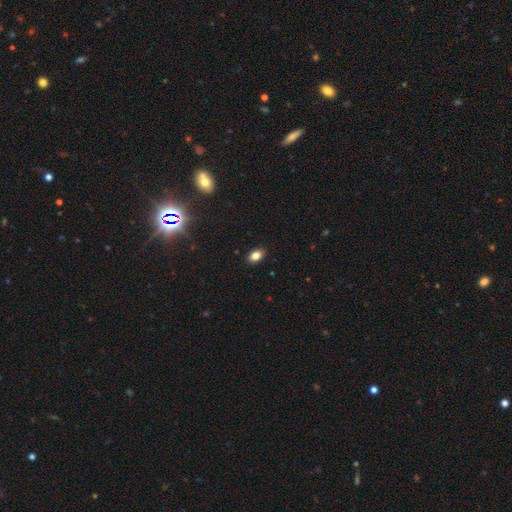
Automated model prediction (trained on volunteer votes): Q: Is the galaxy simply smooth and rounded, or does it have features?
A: smooth — 83%.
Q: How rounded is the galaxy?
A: in between — 85%.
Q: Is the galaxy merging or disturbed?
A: none — 89%.